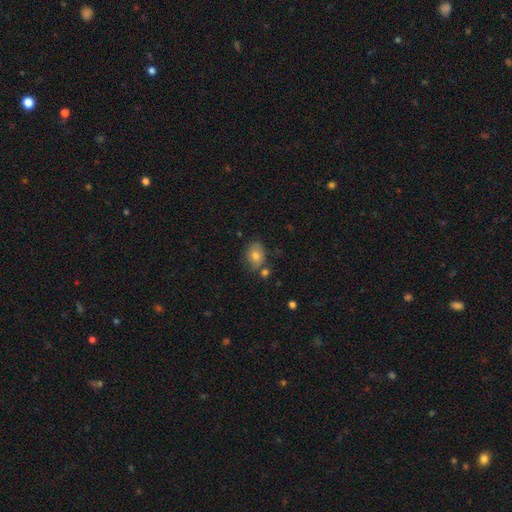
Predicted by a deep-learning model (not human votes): A smooth galaxy with no disk features (75%) that is in between round and cigar-shaped (67%). Merging: none (68%).